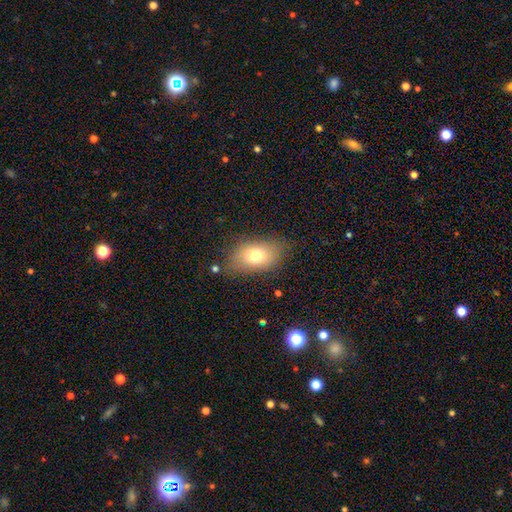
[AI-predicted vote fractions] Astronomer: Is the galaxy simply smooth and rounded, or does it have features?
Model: smooth — 75%.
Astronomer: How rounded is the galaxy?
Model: in between — 87%.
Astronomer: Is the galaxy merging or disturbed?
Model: none — 75%.